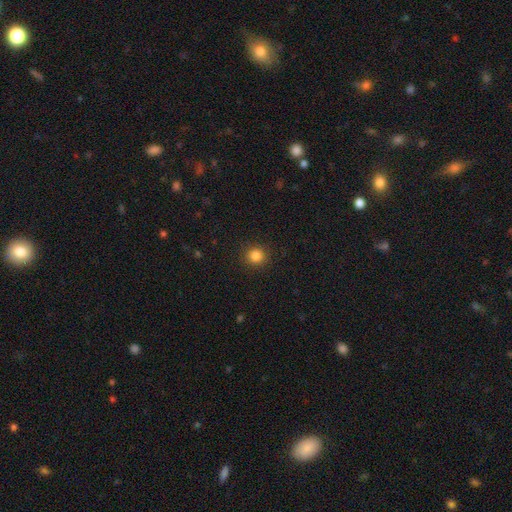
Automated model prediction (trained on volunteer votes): The model was most divided on "smooth or featured": smooth: 85%, star or artifact: 11%, featured or disk: 4%. More confident: how rounded — round (92%); merging — none (91%).